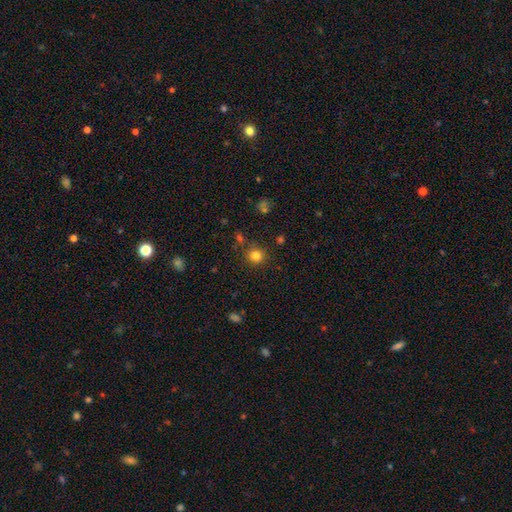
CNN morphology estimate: Smooth or featured? Predicted: smooth (p=0.82). How rounded? Predicted: round (p=0.92). Merging? Predicted: none (p=0.86).